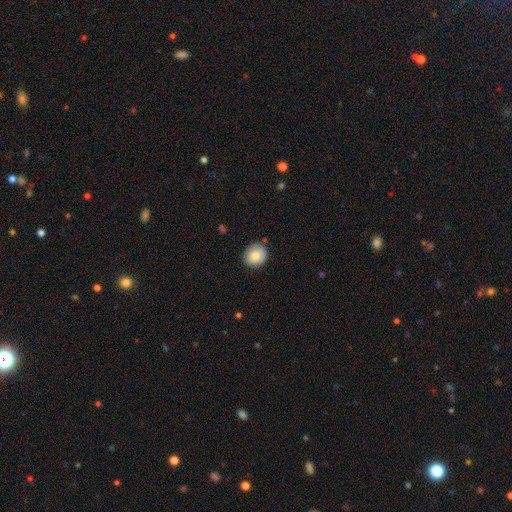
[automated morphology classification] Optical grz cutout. It shows a smooth galaxy with no disk features (85%) that is round (77%). Merging: none (84%).